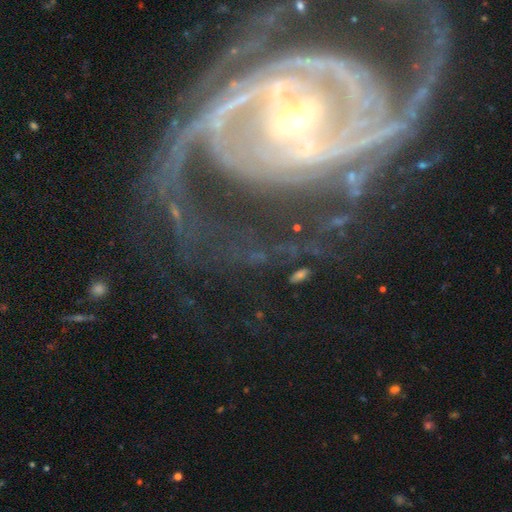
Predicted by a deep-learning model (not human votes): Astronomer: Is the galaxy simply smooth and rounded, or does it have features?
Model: featured or disk — 86%.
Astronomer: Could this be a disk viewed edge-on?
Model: no — 96%.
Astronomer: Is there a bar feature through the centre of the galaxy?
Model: strong — 44% (runner-up: weak, 28%).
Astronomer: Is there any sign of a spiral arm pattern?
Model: yes — 94%.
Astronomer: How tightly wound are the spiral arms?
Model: tight — 44% (runner-up: medium, 38%).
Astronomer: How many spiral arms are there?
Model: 2 — 43% (runner-up: can't tell, 19%).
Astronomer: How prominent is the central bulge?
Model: small — 73%.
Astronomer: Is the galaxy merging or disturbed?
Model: none — 59%.